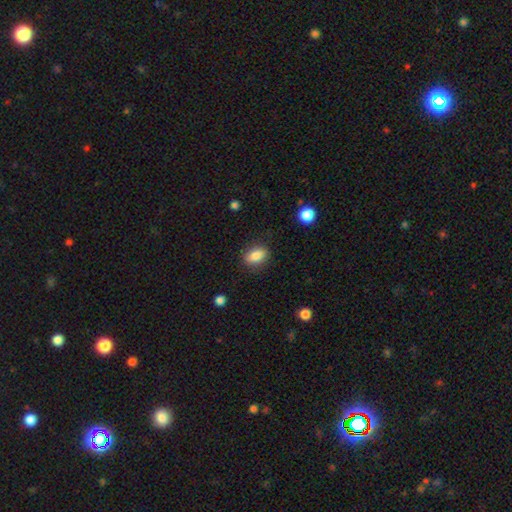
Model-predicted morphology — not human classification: smooth-or-featured: smooth: 85% | star or artifact: 8% | featured or disk: 7%
  how-rounded: in between: 80% | round: 17% | cigar-shaped: 2%
  merging: none: 84% | minor disturbance: 11% | major disturbance: 3% | merger: 1%